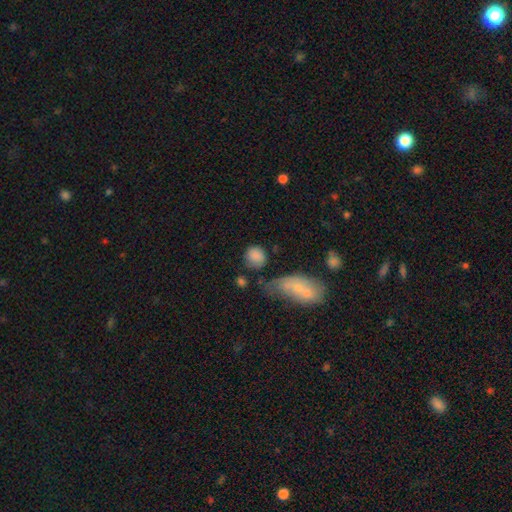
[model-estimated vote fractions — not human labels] smooth-or-featured: smooth: 82% | star or artifact: 9% | featured or disk: 9%
  how-rounded: round: 76% | in between: 22% | cigar-shaped: 2%
  merging: none: 60% | minor disturbance: 21% | merger: 10% | major disturbance: 9%